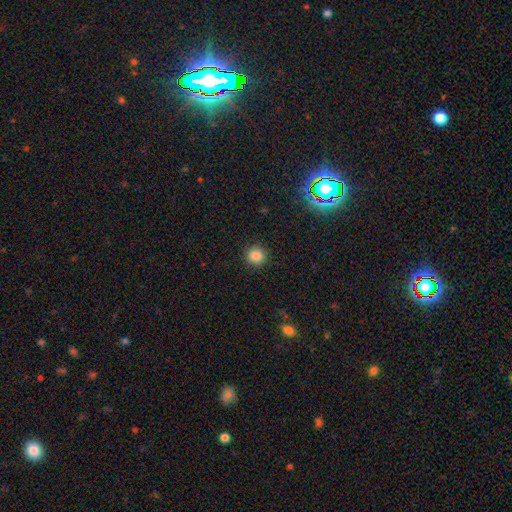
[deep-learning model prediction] Smooth or featured: smooth — 85% (star or artifact — 11%)
How rounded: round — 94% (in between — 5%)
Merging: none — 92% (minor disturbance — 5%)